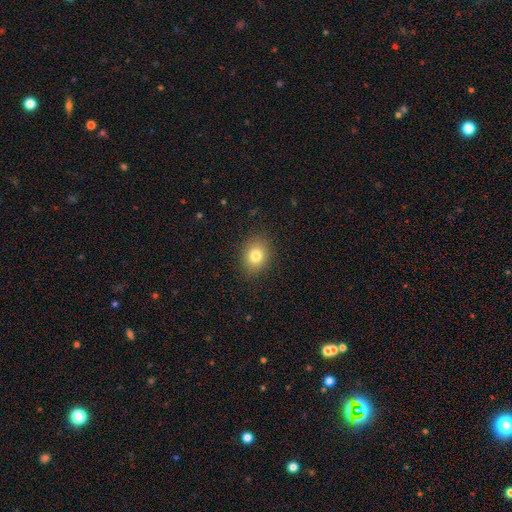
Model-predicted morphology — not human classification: Q: Smooth or featured?
A: smooth (80%); runner-up: star or artifact (11%)
Q: How rounded?
A: round (54%); runner-up: in between (46%)
Q: Merging?
A: none (87%); runner-up: minor disturbance (9%)